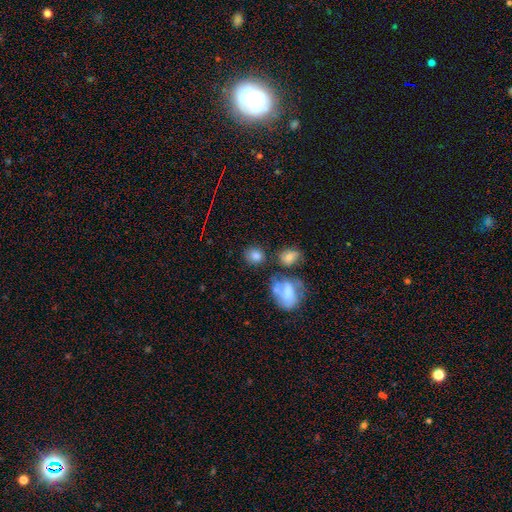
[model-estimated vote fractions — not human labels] Smooth or featured? smooth (79%)
How rounded? round (70%)
Merging? none (70%)